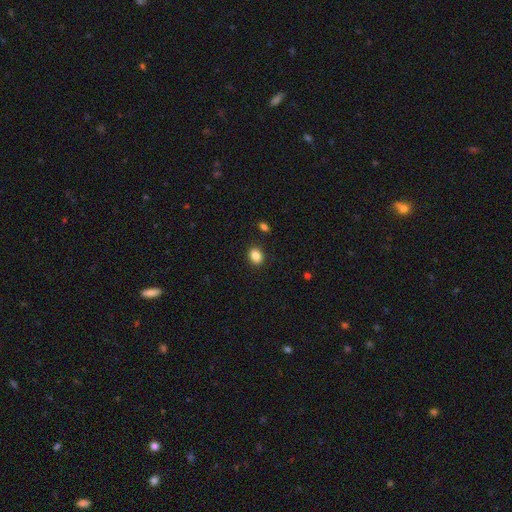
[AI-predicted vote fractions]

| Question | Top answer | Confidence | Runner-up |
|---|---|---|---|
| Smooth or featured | smooth | 86% | star or artifact (10%) |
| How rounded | in between | 52% | round (47%) |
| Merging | none | 89% | minor disturbance (7%) |